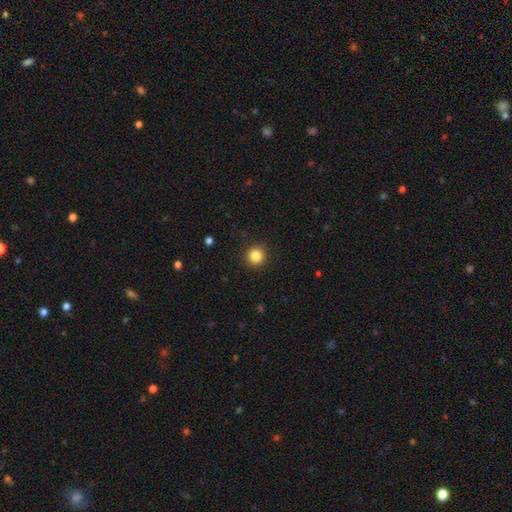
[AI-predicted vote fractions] smooth 84%, star or artifact 11%, featured or disk 5%. Down the decision tree: how rounded — round (93%); merging — none (92%).